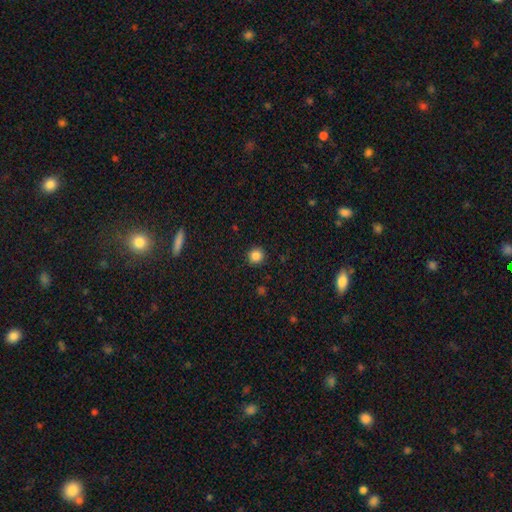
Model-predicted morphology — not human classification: smooth_or_featured: smooth (p=0.85) [alt: star or artifact p=0.11]
how_rounded: round (p=0.92) [alt: in between p=0.07]
merging: none (p=0.91) [alt: minor disturbance p=0.06]